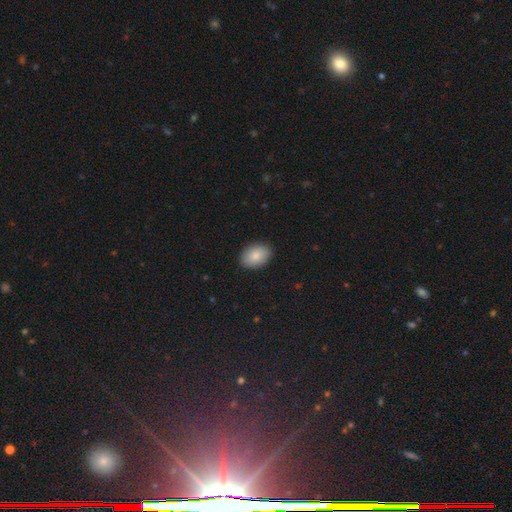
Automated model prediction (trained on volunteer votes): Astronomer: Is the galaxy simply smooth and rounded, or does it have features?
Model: smooth — 85%.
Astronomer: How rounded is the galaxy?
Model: in between — 84%.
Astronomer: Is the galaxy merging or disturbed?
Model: none — 89%.